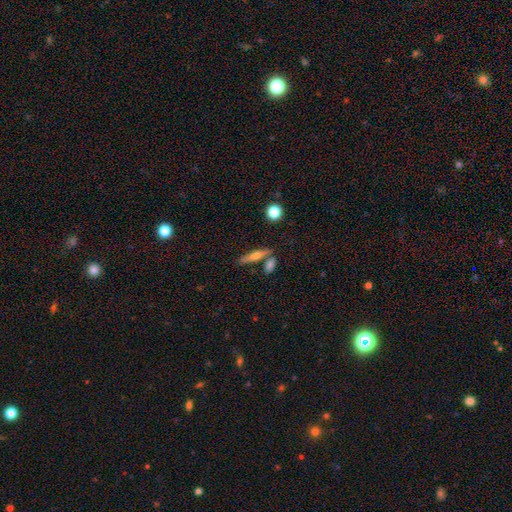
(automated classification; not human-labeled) Smooth or featured: smooth — 54% (featured or disk — 39%)
How rounded: cigar-shaped — 79% (in between — 17%)
Merging: none — 70% (merger — 16%)